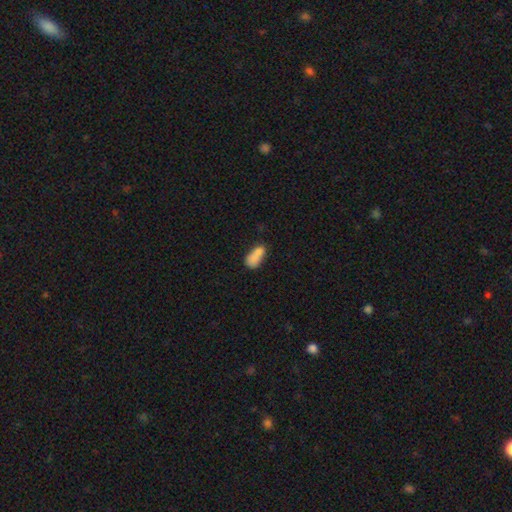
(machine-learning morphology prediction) Smooth or featured? Predicted: smooth (p=0.79). How rounded? Predicted: in between (p=0.84). Merging? Predicted: none (p=0.41).